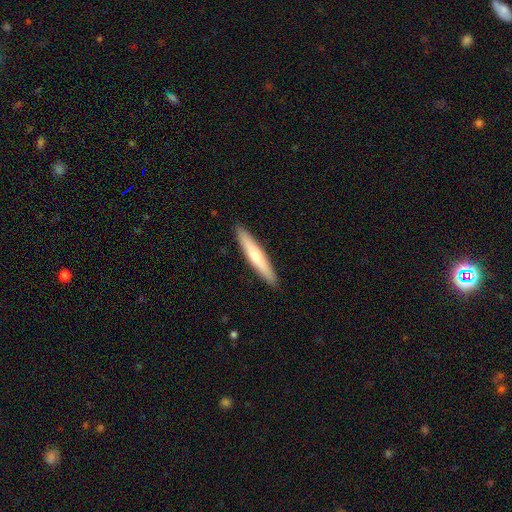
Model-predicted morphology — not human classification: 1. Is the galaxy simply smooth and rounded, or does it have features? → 58% smooth, 37% featured or disk, 5% star or artifact.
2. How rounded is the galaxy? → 92% cigar-shaped, 6% in between, 1% round.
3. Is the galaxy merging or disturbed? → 91% none, 6% minor disturbance, 1% major disturbance, 1% merger.